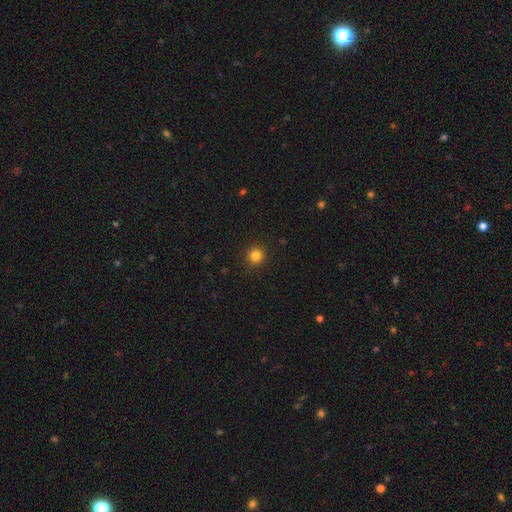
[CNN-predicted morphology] Smooth or featured? Predicted: smooth (p=0.83). How rounded? Predicted: round (p=0.93). Merging? Predicted: none (p=0.92).